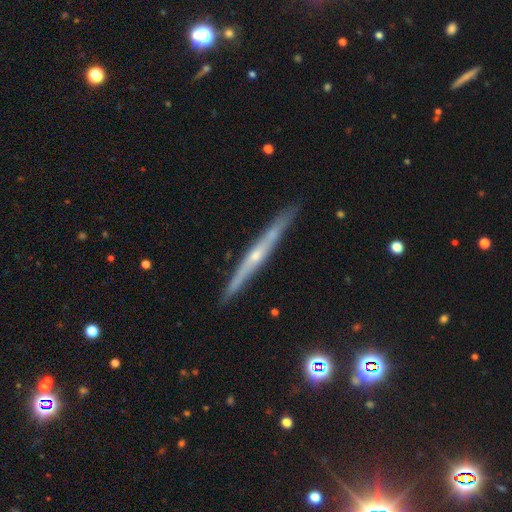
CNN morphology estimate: A featured or disk galaxy (77%) viewed edge-on (97%) with a rounded central bulge (60%). Merging: none (90%).